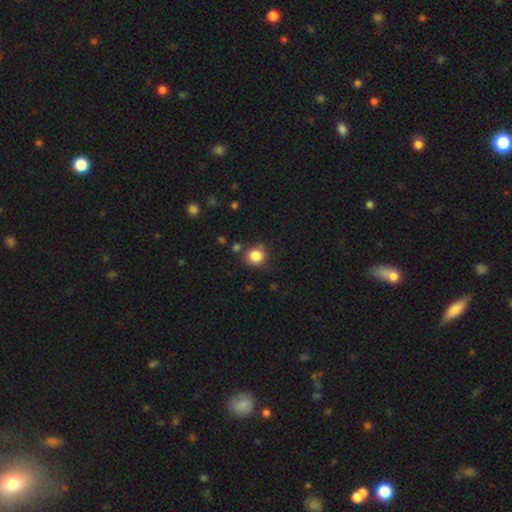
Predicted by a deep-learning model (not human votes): This appears to be a smooth galaxy with no disk features (85%) that is round (88%). Merging: none (79%).